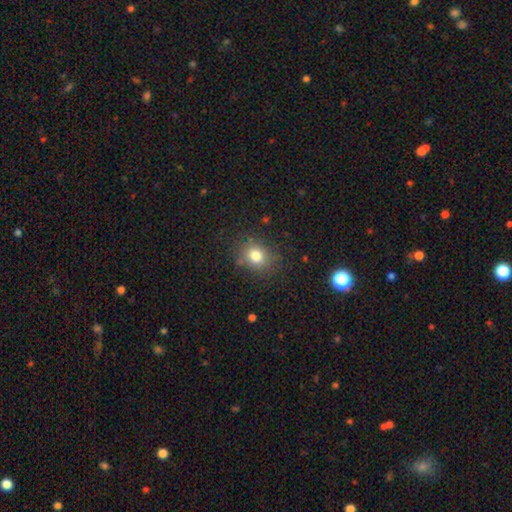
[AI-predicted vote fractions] Q: Smooth or featured?
A: smooth (77%); runner-up: star or artifact (14%)
Q: How rounded?
A: round (69%); runner-up: in between (30%)
Q: Merging?
A: none (80%); runner-up: minor disturbance (13%)